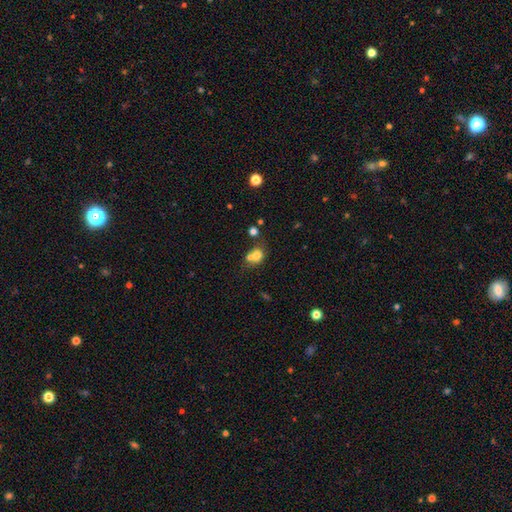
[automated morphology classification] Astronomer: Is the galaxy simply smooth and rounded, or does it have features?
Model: smooth — 70%.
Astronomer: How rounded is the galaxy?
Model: round — 66%.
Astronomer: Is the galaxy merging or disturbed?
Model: merger — 56%.